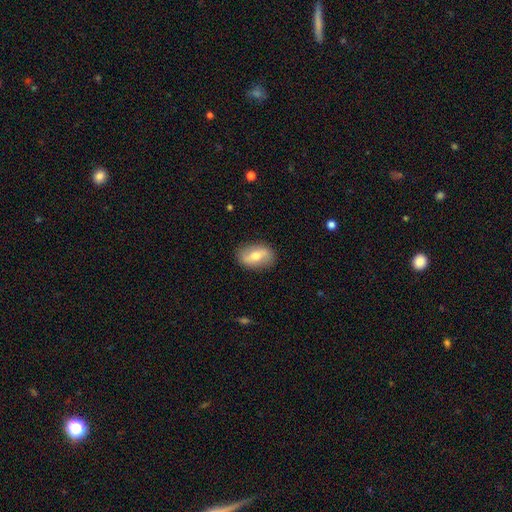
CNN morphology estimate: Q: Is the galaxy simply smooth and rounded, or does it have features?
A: smooth — 48%.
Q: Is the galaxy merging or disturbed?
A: none — 85%.